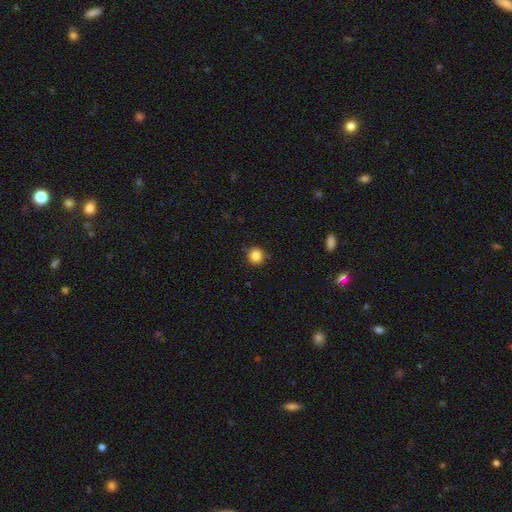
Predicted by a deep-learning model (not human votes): smooth-or-featured: smooth: 86% | star or artifact: 10% | featured or disk: 4%
  how-rounded: round: 91% | in between: 8% | cigar-shaped: 1%
  merging: none: 84% | minor disturbance: 12% | major disturbance: 3% | merger: 1%